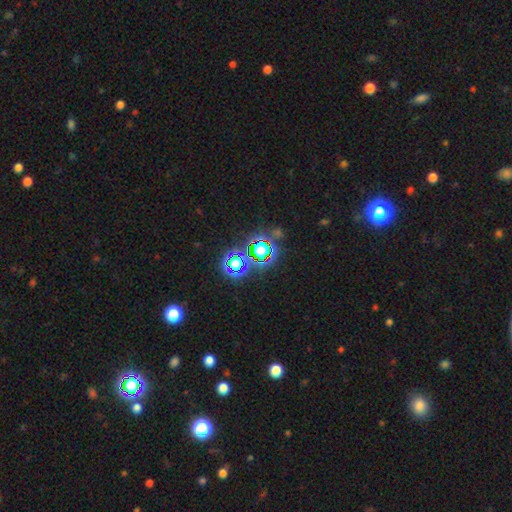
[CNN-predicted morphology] Smooth or featured: star or artifact — 78% (smooth — 15%)